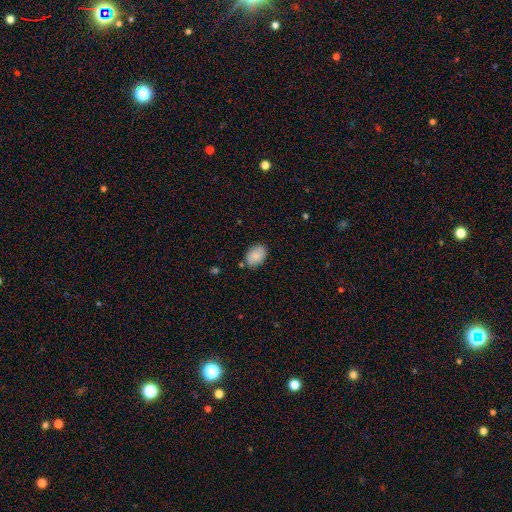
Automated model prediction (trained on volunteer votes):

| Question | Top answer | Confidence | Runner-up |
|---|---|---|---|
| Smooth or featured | smooth | 88% | star or artifact (7%) |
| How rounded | in between | 83% | round (16%) |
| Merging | none | 80% | minor disturbance (14%) |